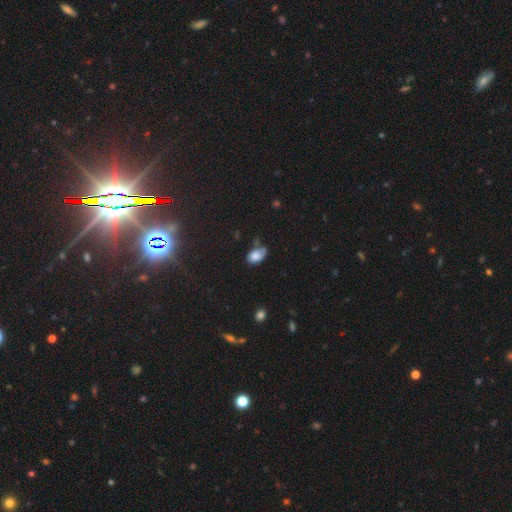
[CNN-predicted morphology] Smooth or featured? smooth (79%)
How rounded? in between (90%)
Merging? none (49%)